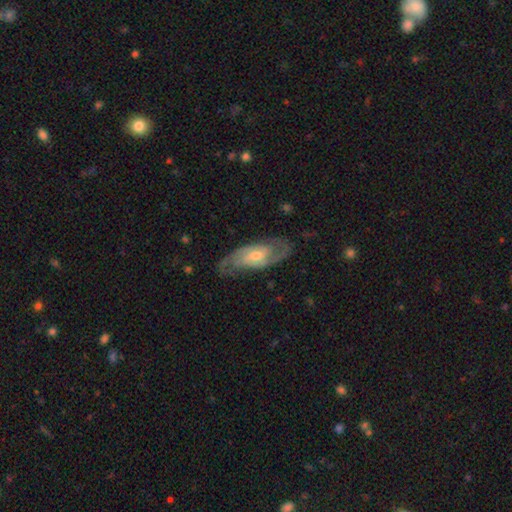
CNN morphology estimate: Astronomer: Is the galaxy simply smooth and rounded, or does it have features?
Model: featured or disk — 85%.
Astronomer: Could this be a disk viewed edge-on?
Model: no — 92%.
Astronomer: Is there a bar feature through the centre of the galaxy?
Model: weak — 46% (runner-up: no, 41%).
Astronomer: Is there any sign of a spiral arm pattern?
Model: yes — 95%.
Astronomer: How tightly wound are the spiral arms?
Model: medium — 45% (runner-up: tight, 43%).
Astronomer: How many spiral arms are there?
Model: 2 — 82%.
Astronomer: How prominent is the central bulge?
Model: moderate — 59% (runner-up: small, 35%).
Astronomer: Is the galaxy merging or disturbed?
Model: none — 77%.